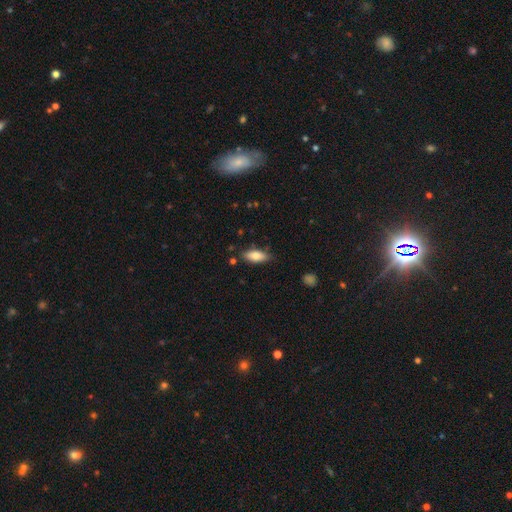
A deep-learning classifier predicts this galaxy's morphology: smooth_or_featured: smooth (p=0.80) [alt: featured or disk p=0.13]
how_rounded: in between (p=0.81) [alt: cigar-shaped p=0.17]
merging: none (p=0.79) [alt: minor disturbance p=0.15]